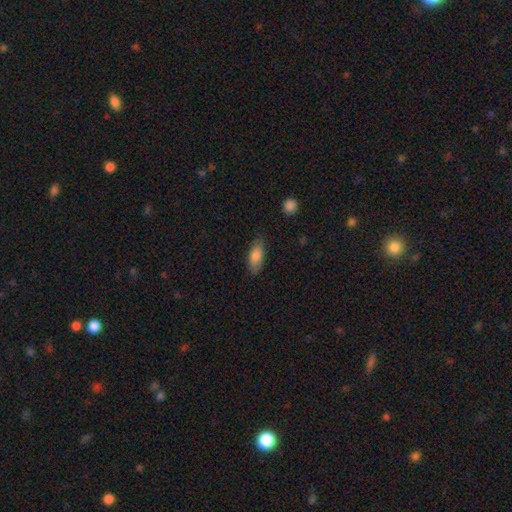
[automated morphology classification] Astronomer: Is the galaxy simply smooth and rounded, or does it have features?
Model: smooth — 83%.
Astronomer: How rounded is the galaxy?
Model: in between — 77%.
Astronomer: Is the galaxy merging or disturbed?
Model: none — 81%.